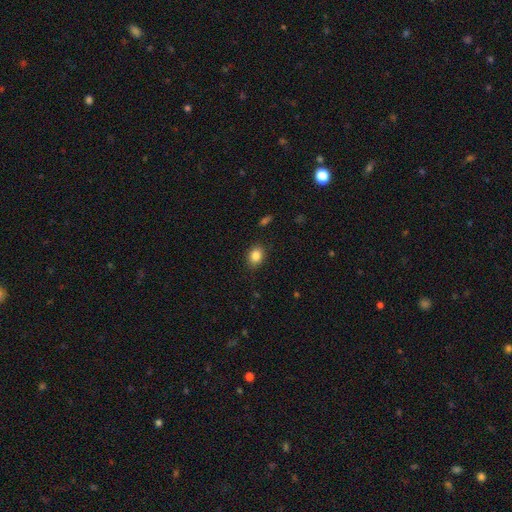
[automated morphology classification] Smooth or featured? smooth (85%)
How rounded? in between (63%)
Merging? none (85%)